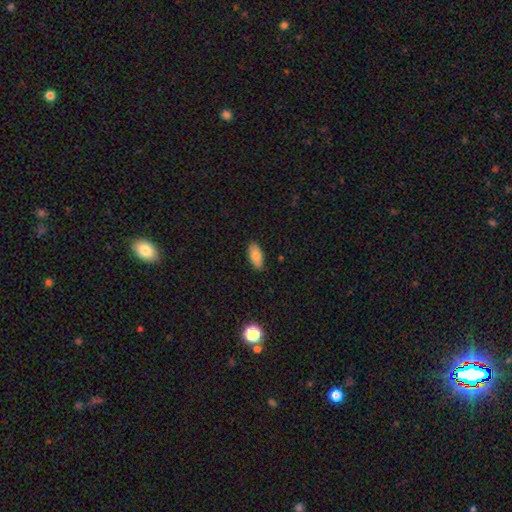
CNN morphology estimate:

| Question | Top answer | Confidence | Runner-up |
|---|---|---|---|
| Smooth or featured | smooth | 80% | featured or disk (13%) |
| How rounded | in between | 87% | cigar-shaped (10%) |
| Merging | none | 88% | minor disturbance (9%) |